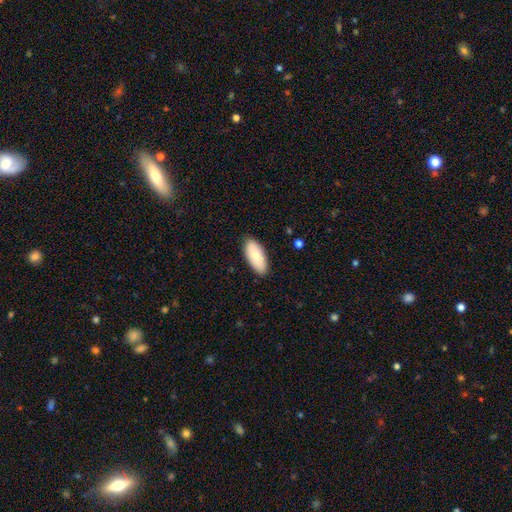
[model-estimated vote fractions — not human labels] Smooth or featured? smooth (79%)
How rounded? in between (90%)
Merging? none (87%)